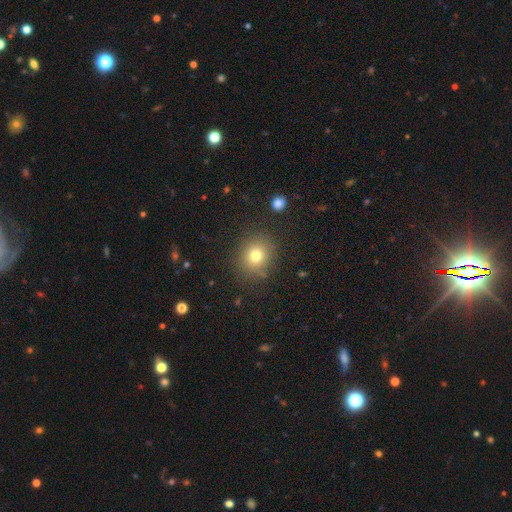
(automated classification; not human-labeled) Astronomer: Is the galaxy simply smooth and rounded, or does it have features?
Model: smooth — 77%.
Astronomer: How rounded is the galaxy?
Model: round — 77%.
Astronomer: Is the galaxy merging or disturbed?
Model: none — 85%.